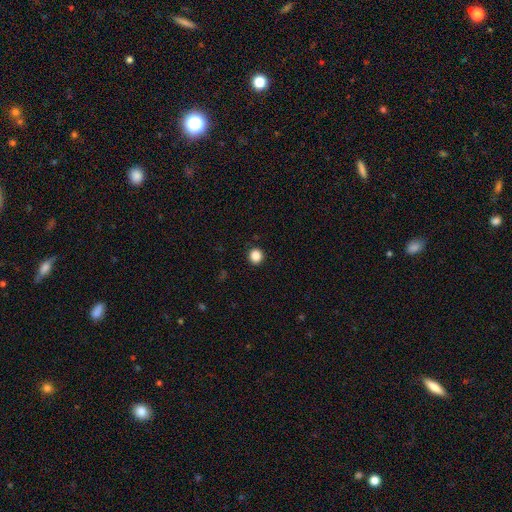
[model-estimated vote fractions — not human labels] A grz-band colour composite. It shows a smooth galaxy with no disk features (87%) that is round (92%). Merging: none (92%).